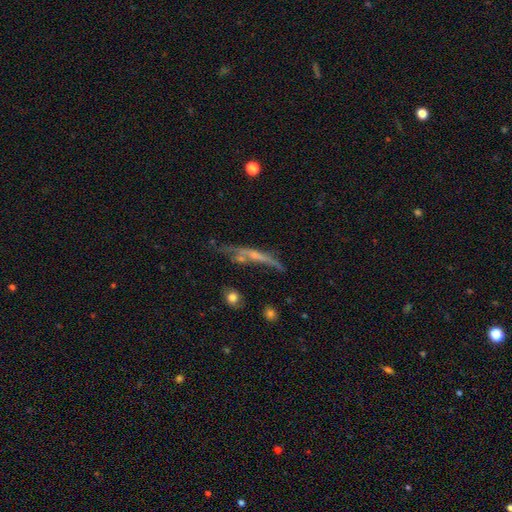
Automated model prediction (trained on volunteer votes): smooth_or_featured: featured or disk (p=0.57) [alt: smooth p=0.32]
disk_edge_on: yes (p=0.80) [alt: no p=0.20]
merging: none (p=0.48) [alt: minor disturbance p=0.23]